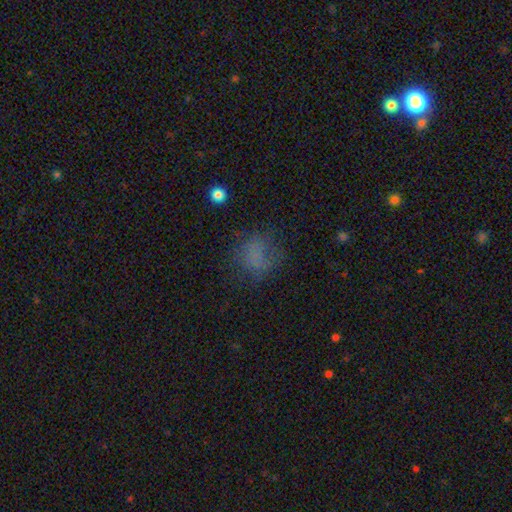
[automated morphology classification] type=smooth (61%); roundness=round (69%); merging=none (58%).